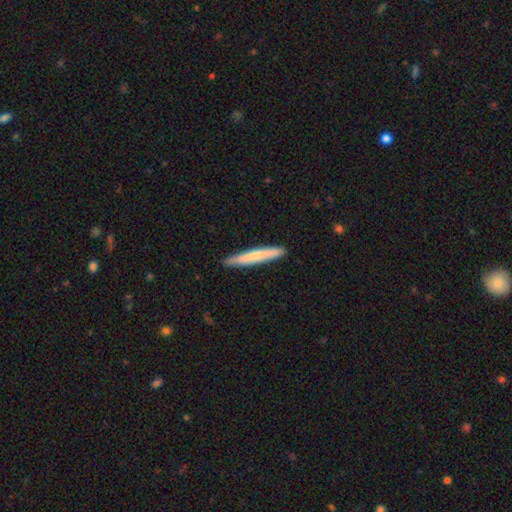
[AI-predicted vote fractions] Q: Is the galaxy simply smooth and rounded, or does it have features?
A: smooth — 67%.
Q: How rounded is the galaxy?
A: cigar-shaped — 95%.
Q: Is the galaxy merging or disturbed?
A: none — 90%.